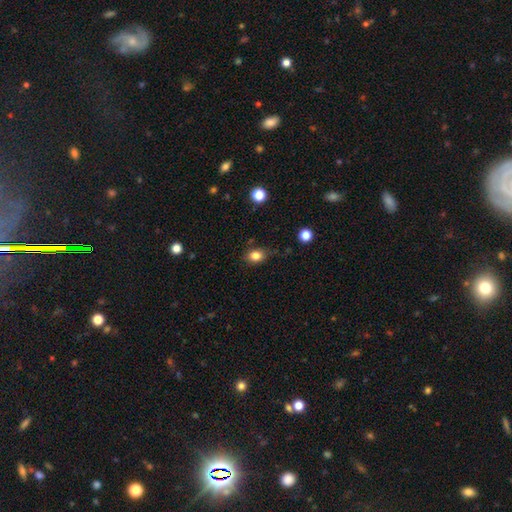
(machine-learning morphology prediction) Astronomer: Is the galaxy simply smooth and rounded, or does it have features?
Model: smooth — 83%.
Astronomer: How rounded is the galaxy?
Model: in between — 62%.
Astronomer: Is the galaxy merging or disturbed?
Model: none — 71%.